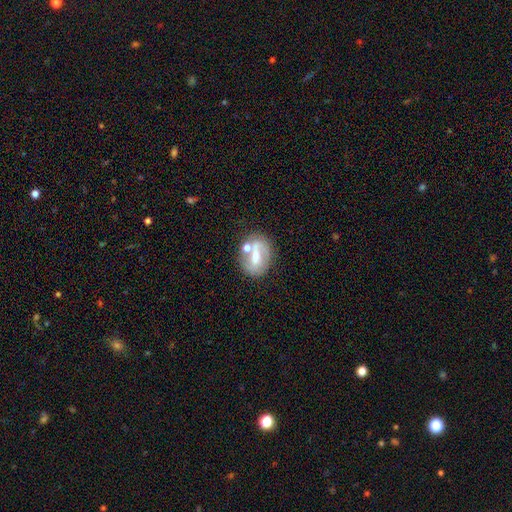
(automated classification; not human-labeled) smooth_or_featured: featured or disk (p=0.56) [alt: smooth p=0.35]
disk_edge_on: no (p=0.92) [alt: yes p=0.08]
bar: strong (p=0.43) [alt: weak p=0.34]
has_spiral_arms: no (p=0.54) [alt: yes p=0.46]
bulge_size: moderate (p=0.55) [alt: small p=0.31]
merging: none (p=0.59) [alt: minor disturbance p=0.17]